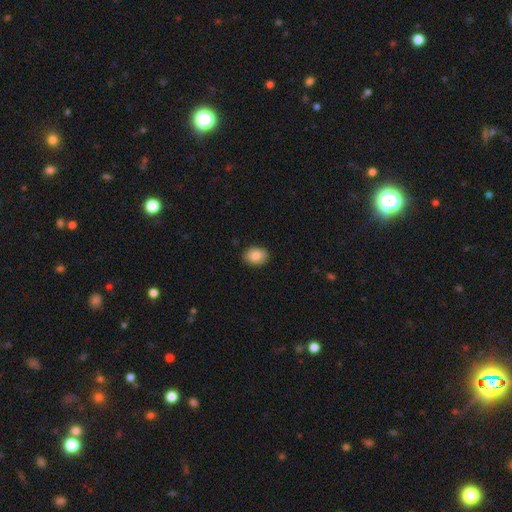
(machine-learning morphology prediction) The model was most divided on "how rounded": in between: 63%, round: 36%, cigar-shaped: 1%. More confident: smooth or featured — smooth (85%); merging — none (83%).